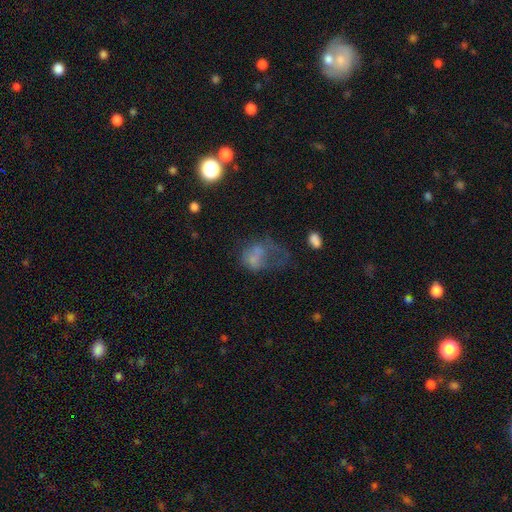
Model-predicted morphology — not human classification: Overall: smooth (50%; featured or disk 33%). Merging: major disturbance (47%; none 23%).